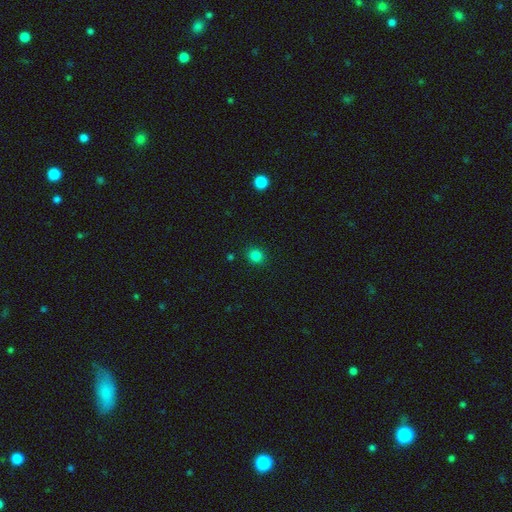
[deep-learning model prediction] This appears to be a smooth galaxy with no disk features (83%) that is round (88%). Merging: none (90%).